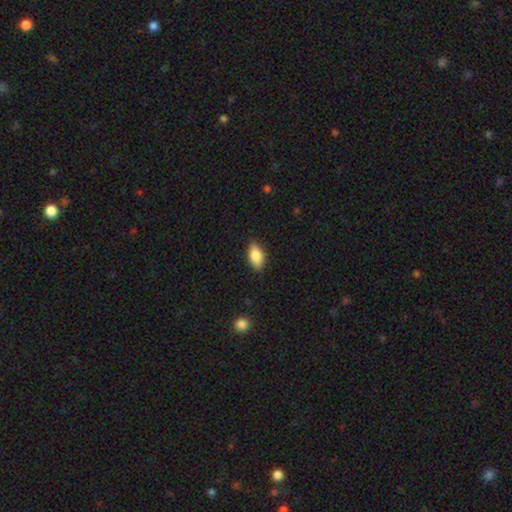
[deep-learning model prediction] smooth 87%, star or artifact 7%, featured or disk 7%. Down the decision tree: how rounded — in between (91%); merging — none (85%).